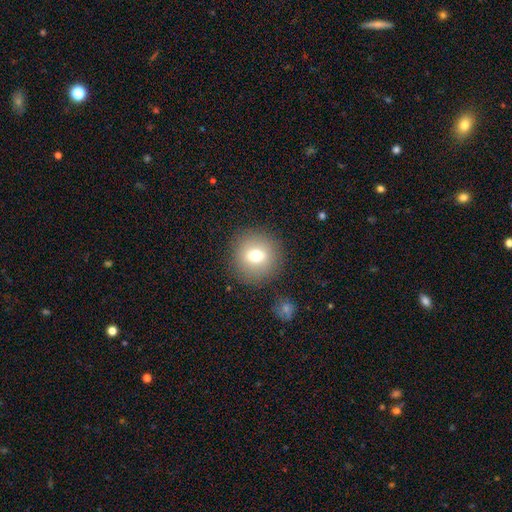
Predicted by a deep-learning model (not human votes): smooth_or_featured: smooth (p=0.69) [alt: featured or disk p=0.20]
how_rounded: round (p=0.90) [alt: in between p=0.09]
merging: none (p=0.87) [alt: minor disturbance p=0.08]